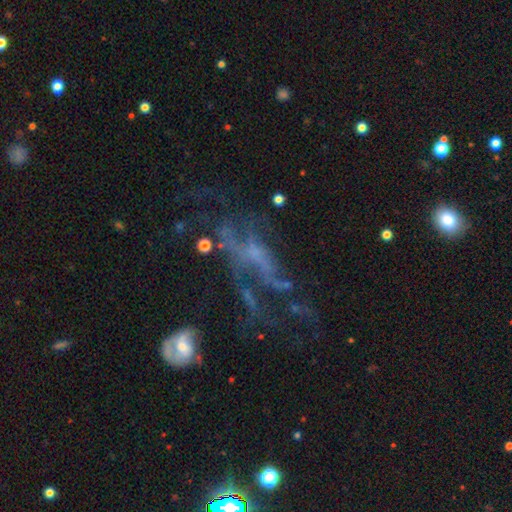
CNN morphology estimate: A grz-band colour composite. It shows a featured or disk galaxy (63%) with no bar (74%), no spiral arms (59%) and no central bulge (49%). Merging: major disturbance (40%).